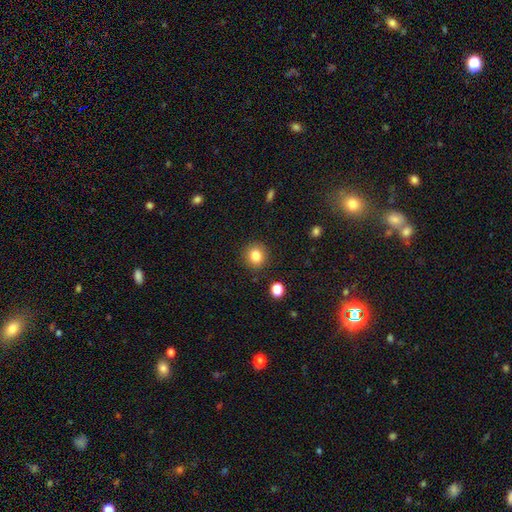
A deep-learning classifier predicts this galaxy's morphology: The model was most divided on "smooth or featured": smooth: 83%, star or artifact: 11%, featured or disk: 6%. More confident: merging — none (89%); how rounded — round (87%).